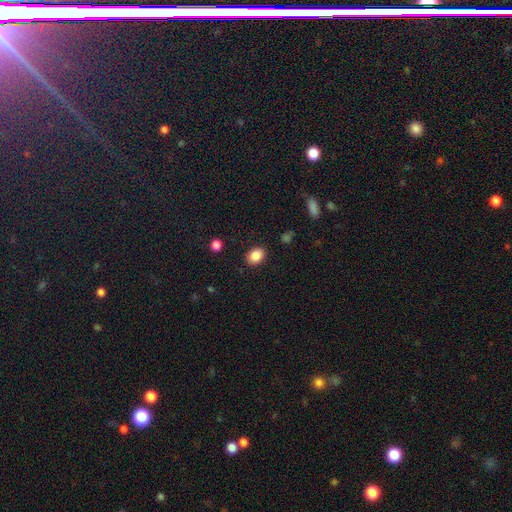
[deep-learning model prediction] This appears to be a smooth galaxy with no disk features (87%) that is in between round and cigar-shaped (67%). Merging: none (87%).